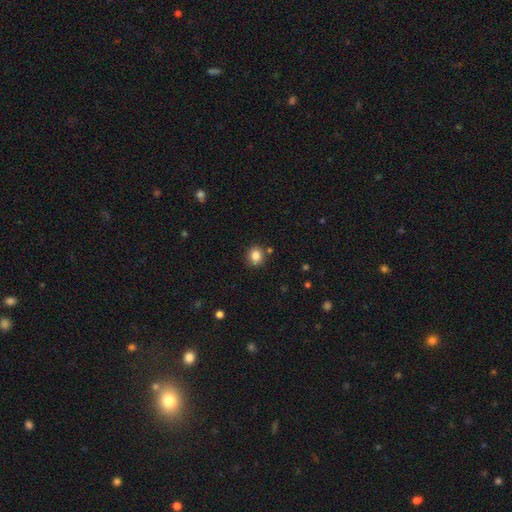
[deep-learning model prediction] Morphology: type=smooth (84%); roundness=round (78%); merging=none (85%).